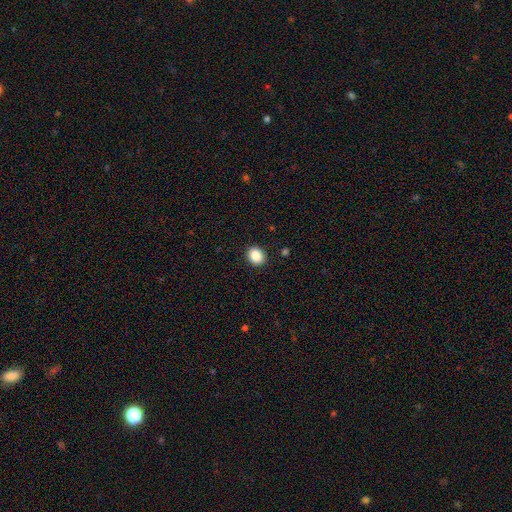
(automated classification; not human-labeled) smooth-or-featured: smooth: 88% | star or artifact: 9% | featured or disk: 4%
  how-rounded: round: 56% | in between: 43% | cigar-shaped: 1%
  merging: none: 91% | minor disturbance: 6% | major disturbance: 2% | merger: 1%